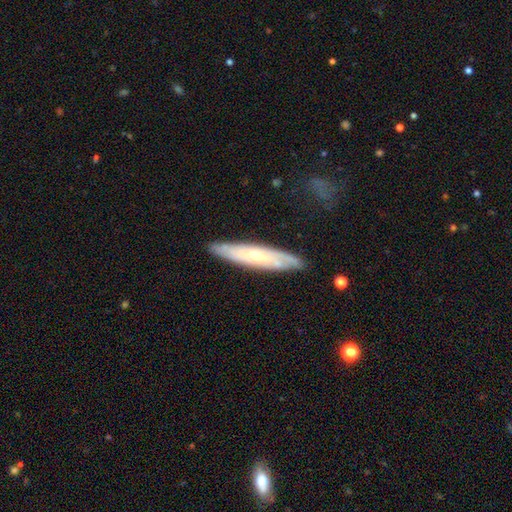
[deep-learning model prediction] This appears to be a featured or disk galaxy (66%) viewed edge-on (53%). Merging: none (84%).